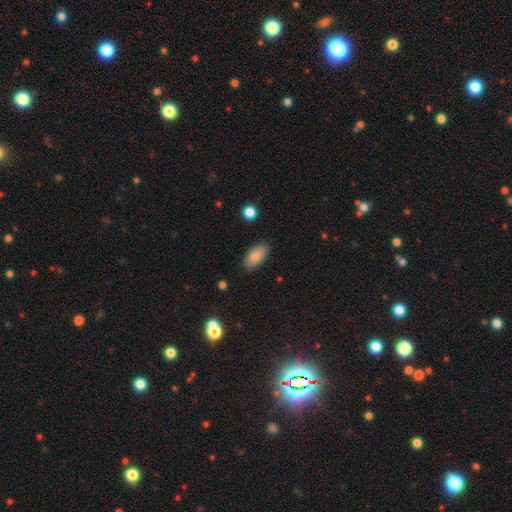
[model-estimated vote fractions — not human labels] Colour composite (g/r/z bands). It shows a smooth galaxy with no disk features (86%) that is in between round and cigar-shaped (90%). Merging: none (86%).